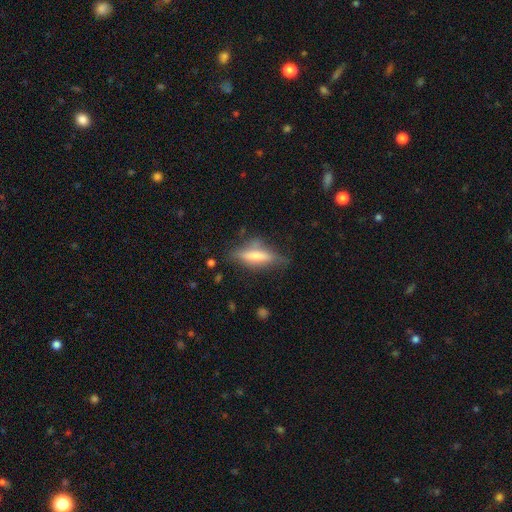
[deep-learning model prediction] Q: Smooth or featured?
A: smooth (53%); runner-up: featured or disk (40%)
Q: How rounded?
A: cigar-shaped (66%); runner-up: in between (31%)
Q: Merging?
A: none (65%); runner-up: minor disturbance (23%)